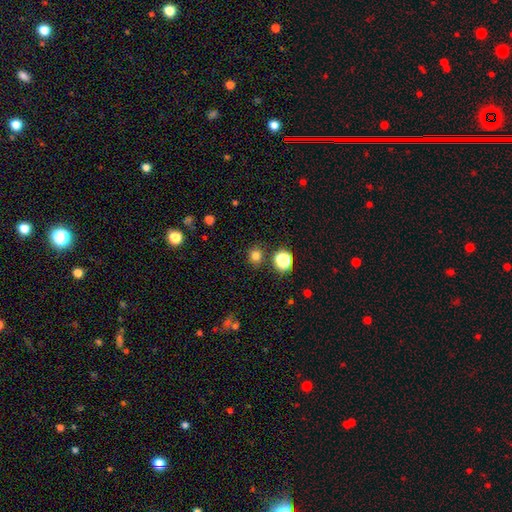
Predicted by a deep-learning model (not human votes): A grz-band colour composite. It shows a smooth galaxy with no disk features (78%) that is round (86%). Merging: none (86%).